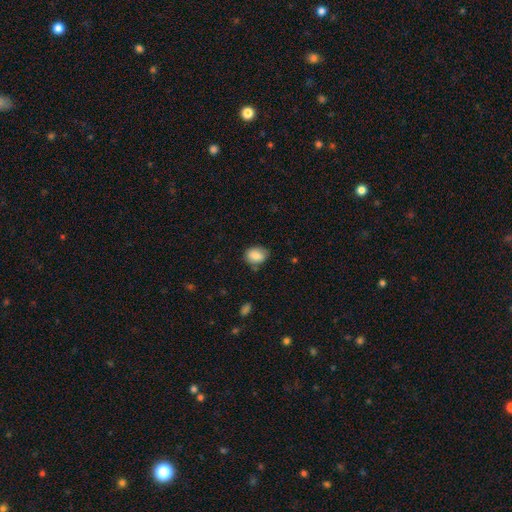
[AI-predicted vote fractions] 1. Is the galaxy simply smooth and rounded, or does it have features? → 85% smooth, 8% star or artifact, 7% featured or disk.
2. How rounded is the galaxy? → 68% in between, 31% round, 1% cigar-shaped.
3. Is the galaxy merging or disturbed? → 68% none, 23% minor disturbance, 5% major disturbance, 3% merger.